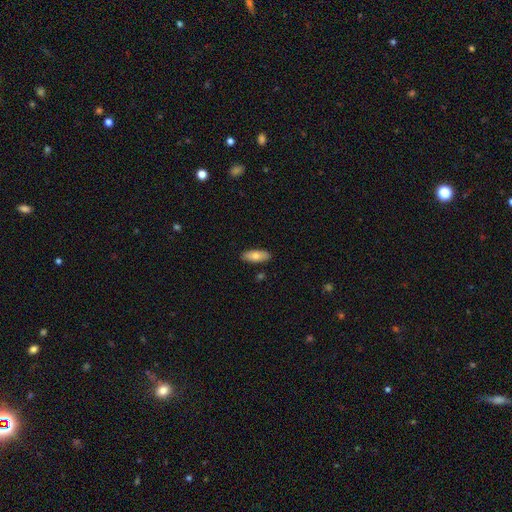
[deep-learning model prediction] Overall: smooth (75%). How rounded: in between (79%). Merging: none (88%).